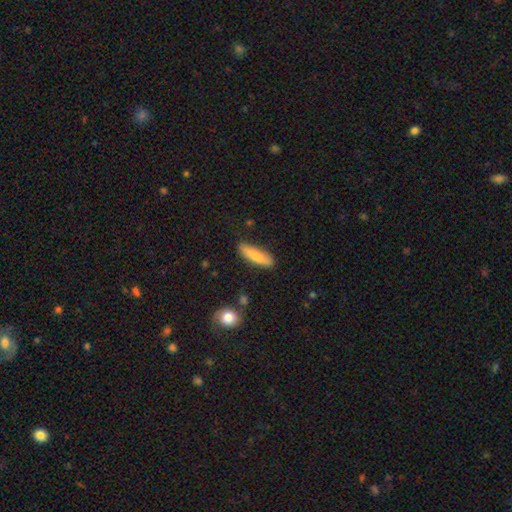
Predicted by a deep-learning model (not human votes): Smooth or featured?
  - smooth: 74% *
  - featured or disk: 20%
  - star or artifact: 6%
How rounded?
  - cigar-shaped: 60% *
  - in between: 38%
  - round: 2%
Merging?
  - none: 81% *
  - minor disturbance: 14%
  - major disturbance: 3%
  - merger: 2%